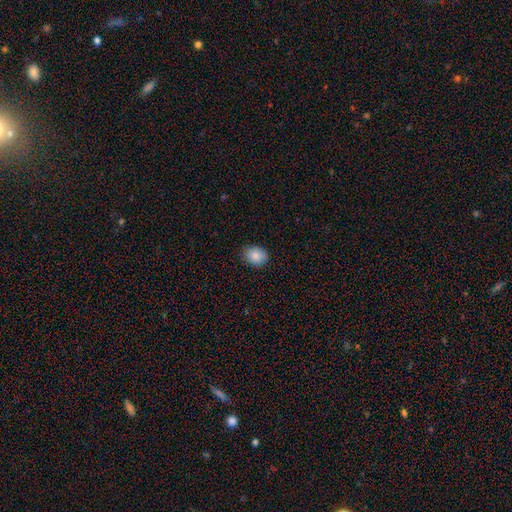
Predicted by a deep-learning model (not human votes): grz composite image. It shows a smooth galaxy with no disk features (87%) that is in between round and cigar-shaped (61%). Merging: none (86%).